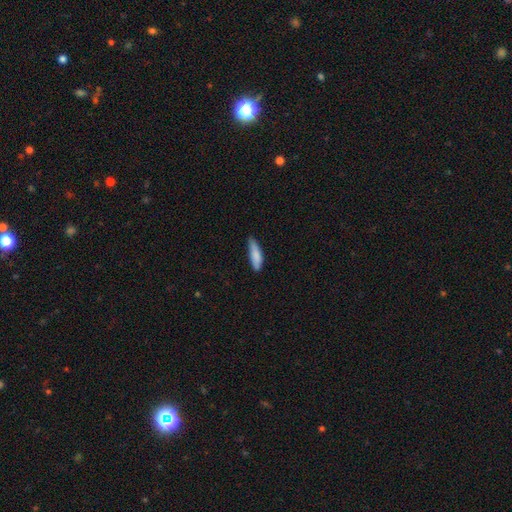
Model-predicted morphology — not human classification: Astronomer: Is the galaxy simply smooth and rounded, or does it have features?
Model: smooth — 84%.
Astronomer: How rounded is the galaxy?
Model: cigar-shaped — 64%.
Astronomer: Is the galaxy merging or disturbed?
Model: none — 61%.